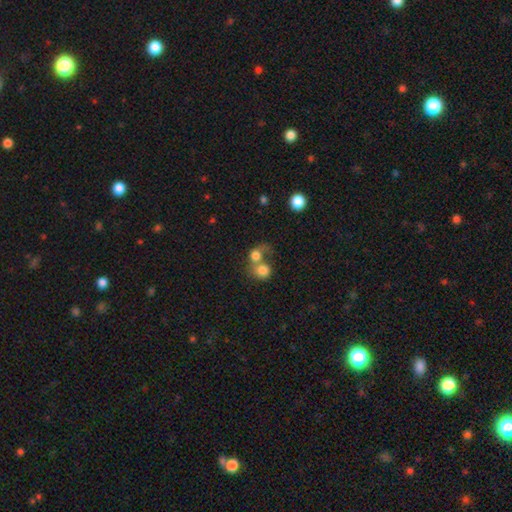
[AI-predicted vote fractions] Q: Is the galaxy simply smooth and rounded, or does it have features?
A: smooth — 76%.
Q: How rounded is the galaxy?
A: round — 73%.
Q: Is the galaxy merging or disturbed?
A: merger — 67%.